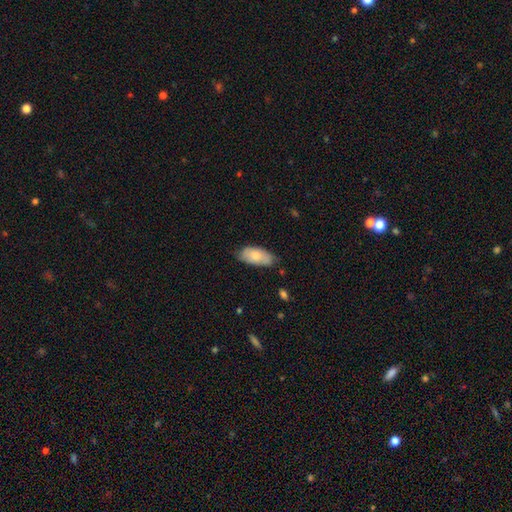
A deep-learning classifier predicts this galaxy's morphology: Smooth or featured? Predicted: smooth (p=0.76). How rounded? Predicted: in between (p=0.91). Merging? Predicted: none (p=0.62).